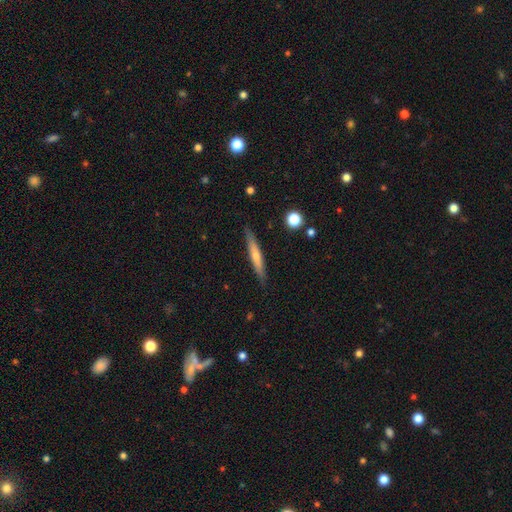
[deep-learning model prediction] Q: Smooth or featured?
A: smooth (54%); runner-up: featured or disk (40%)
Q: How rounded?
A: cigar-shaped (94%); runner-up: in between (5%)
Q: Merging?
A: none (87%); runner-up: minor disturbance (10%)